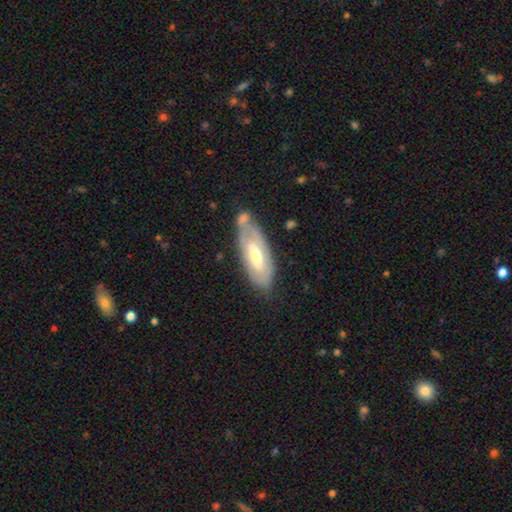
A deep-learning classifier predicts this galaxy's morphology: Q: Smooth or featured?
A: featured or disk (59%); runner-up: smooth (35%)
Q: Edge-on disk?
A: no (80%); runner-up: yes (20%)
Q: Merging?
A: none (59%); runner-up: minor disturbance (25%)